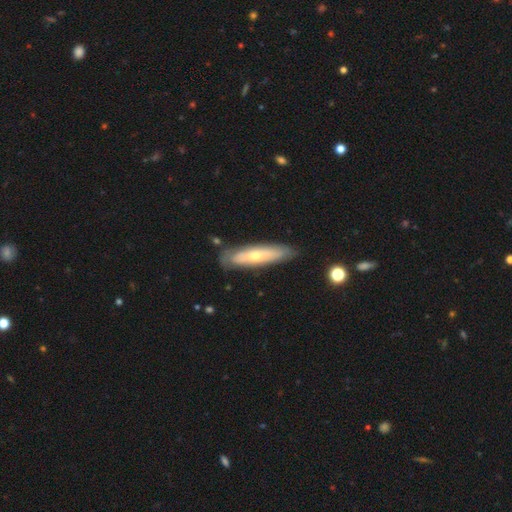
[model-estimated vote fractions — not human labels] Smooth or featured? featured or disk (50%)
Merging? none (79%)